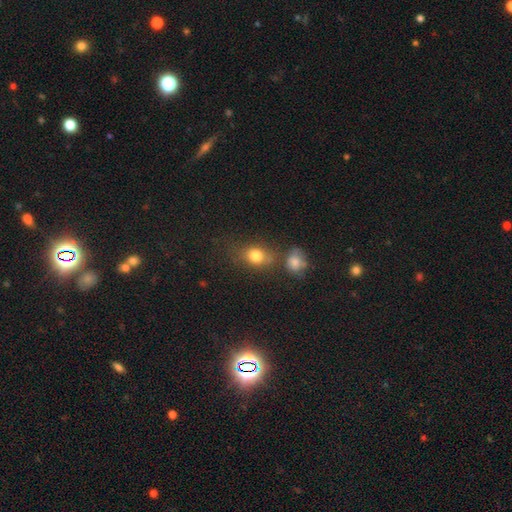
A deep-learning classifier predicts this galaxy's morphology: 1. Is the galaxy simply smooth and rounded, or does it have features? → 79% smooth, 12% star or artifact, 9% featured or disk.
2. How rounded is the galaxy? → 50% round, 48% in between, 2% cigar-shaped.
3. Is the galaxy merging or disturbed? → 56% none, 22% merger, 16% minor disturbance, 7% major disturbance.